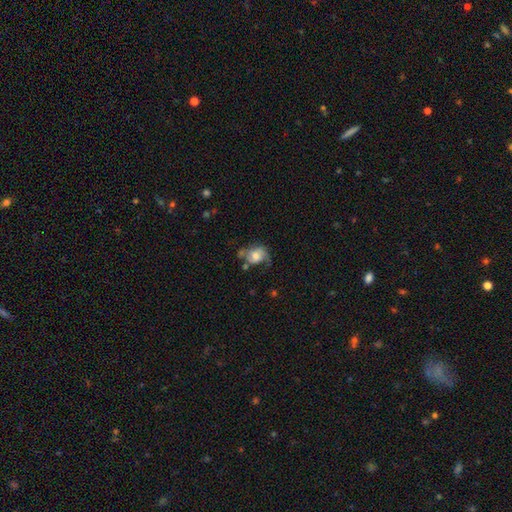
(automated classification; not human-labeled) A smooth galaxy with no disk features (46%).

Vote fractions:
- Smooth or featured? smooth: 46% / featured or disk: 45% / star or artifact: 9%
- Merging? none: 36% / minor disturbance: 28% / major disturbance: 26% / merger: 10%